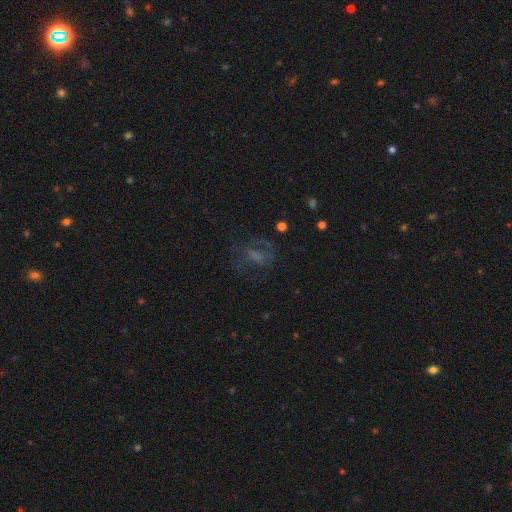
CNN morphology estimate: Q: Smooth or featured?
A: featured or disk (40%); runner-up: smooth (36%)
Q: Merging?
A: none (52%); runner-up: major disturbance (27%)